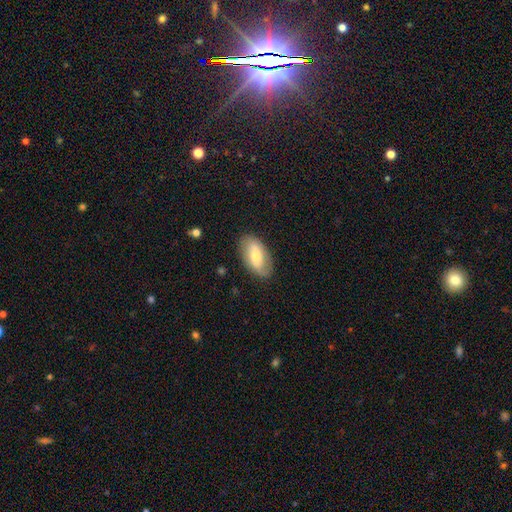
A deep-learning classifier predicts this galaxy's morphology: smooth-or-featured: smooth: 53% | featured or disk: 41% | star or artifact: 6%
  how-rounded: in between: 93% | round: 4% | cigar-shaped: 3%
  merging: none: 82% | minor disturbance: 13% | major disturbance: 4% | merger: 1%